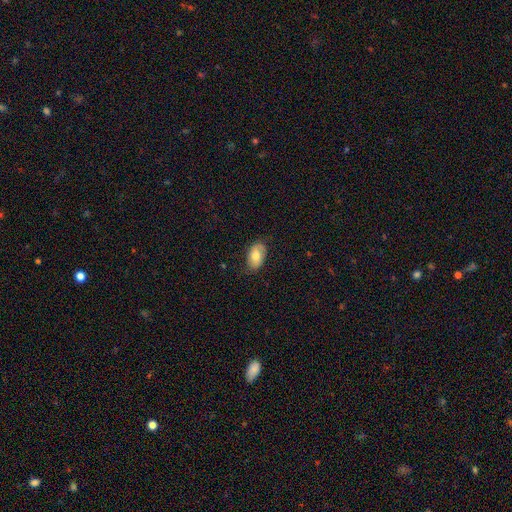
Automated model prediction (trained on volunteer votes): smooth_or_featured: smooth (p=0.64) [alt: featured or disk p=0.29]
how_rounded: in between (p=0.92) [alt: round p=0.07]
merging: none (p=0.74) [alt: minor disturbance p=0.20]